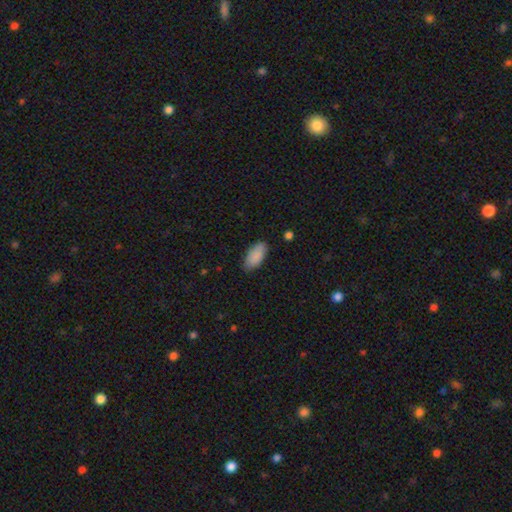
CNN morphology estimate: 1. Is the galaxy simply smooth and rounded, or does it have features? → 89% smooth, 7% star or artifact, 5% featured or disk.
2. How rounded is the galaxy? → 92% in between, 6% cigar-shaped, 2% round.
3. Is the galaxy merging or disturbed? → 81% none, 15% minor disturbance, 3% major disturbance, 1% merger.